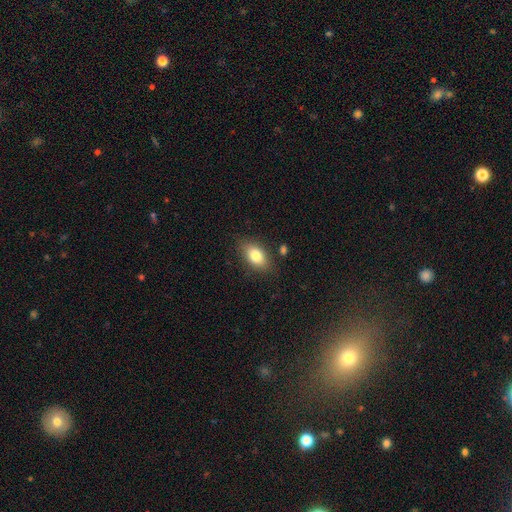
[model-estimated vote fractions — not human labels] Overall: smooth (81%). How rounded: in between (87%). Merging: none (81%).